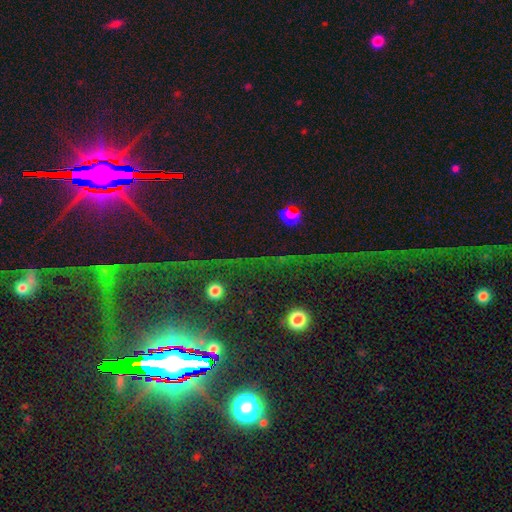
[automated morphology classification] Smooth or featured? Predicted: star or artifact (p=0.62).